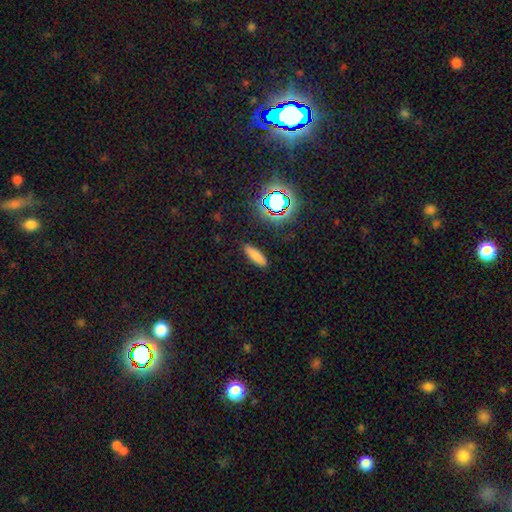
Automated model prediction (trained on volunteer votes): Smooth or featured? smooth (77%)
How rounded? cigar-shaped (59%)
Merging? none (88%)